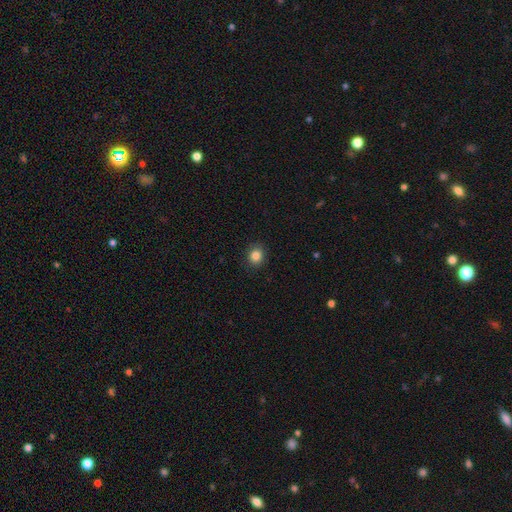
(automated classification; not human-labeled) Q: Smooth or featured?
A: smooth (84%); runner-up: star or artifact (11%)
Q: How rounded?
A: round (77%); runner-up: in between (22%)
Q: Merging?
A: none (91%); runner-up: minor disturbance (6%)